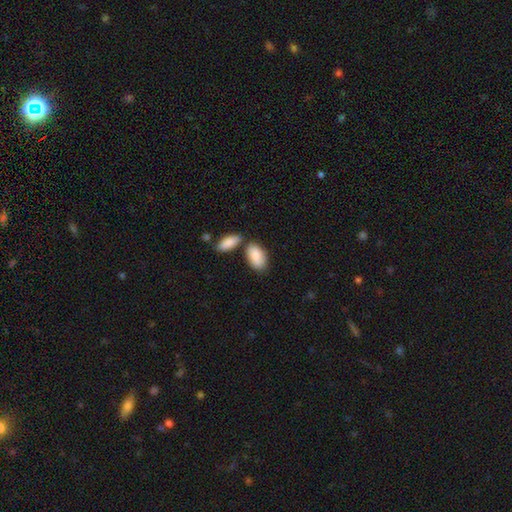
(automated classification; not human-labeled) smooth-or-featured: smooth: 88% | featured or disk: 7% | star or artifact: 5%
  how-rounded: in between: 94% | cigar-shaped: 3% | round: 3%
  merging: none: 57% | merger: 24% | minor disturbance: 15% | major disturbance: 4%